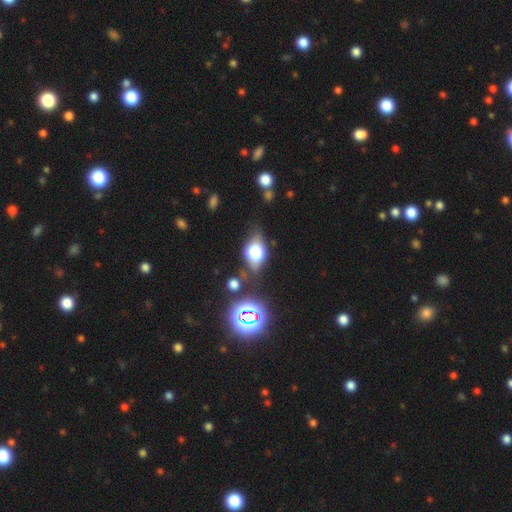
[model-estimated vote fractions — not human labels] This appears to be a smooth galaxy with no disk features (44%). Merging: none (71%).